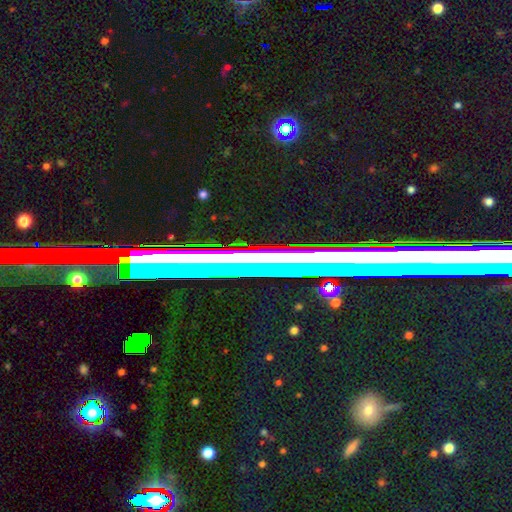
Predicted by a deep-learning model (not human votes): This appears to be a star or artifact, not a galaxy (57%).